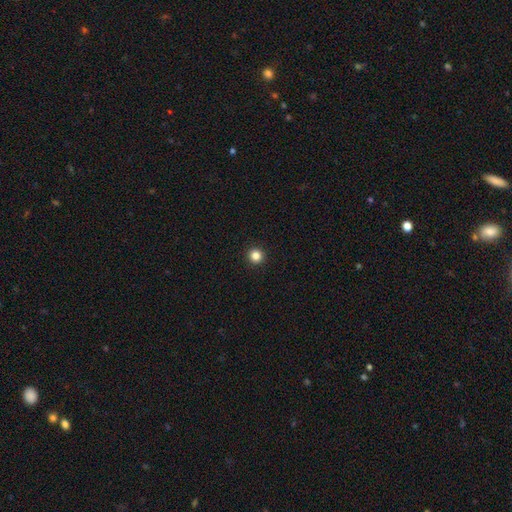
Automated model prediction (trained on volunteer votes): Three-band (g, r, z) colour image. It shows a smooth galaxy with no disk features (84%) that is round (96%). Merging: none (94%).